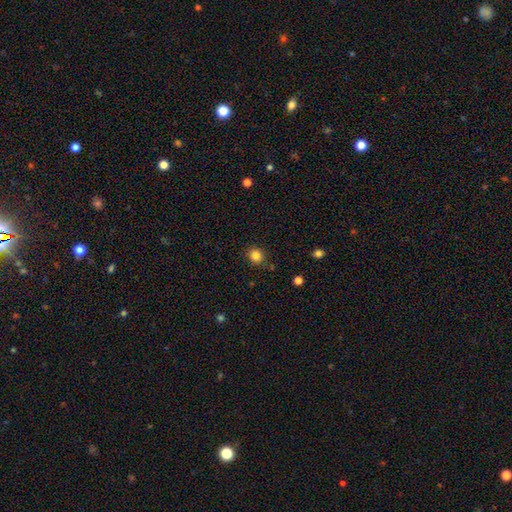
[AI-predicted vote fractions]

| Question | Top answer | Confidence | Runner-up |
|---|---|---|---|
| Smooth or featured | smooth | 84% | star or artifact (12%) |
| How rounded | round | 84% | in between (15%) |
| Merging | none | 86% | minor disturbance (9%) |